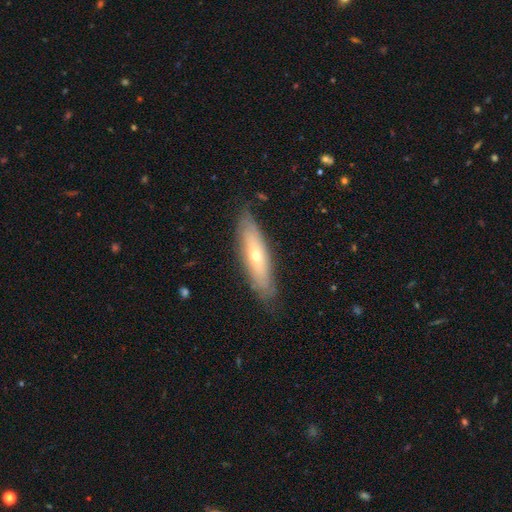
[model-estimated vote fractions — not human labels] A featured or disk galaxy (52%) viewed edge-on (50%, tied with no).

Vote fractions:
- Smooth or featured? featured or disk: 52% / smooth: 41% / star or artifact: 7%
- Edge-on disk? yes: 50% (tied) / no: 50% (tied)
- Merging? none: 82% / minor disturbance: 14% / major disturbance: 3% / merger: 1%